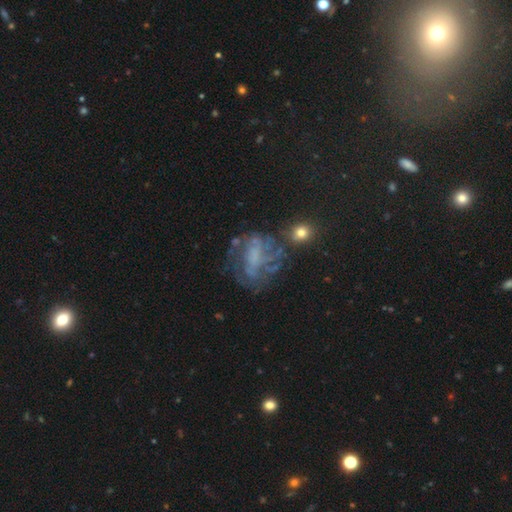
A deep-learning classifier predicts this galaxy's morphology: Q: Smooth or featured?
A: featured or disk (64%); runner-up: smooth (18%)
Q: Edge-on disk?
A: no (97%); runner-up: yes (3%)
Q: Bar?
A: no (68%); runner-up: weak (24%)
Q: Spiral arms?
A: yes (59%); runner-up: no (41%)
Q: Bulge size?
A: none (61%); runner-up: moderate (16%)
Q: Merging?
A: none (47%); runner-up: major disturbance (28%)